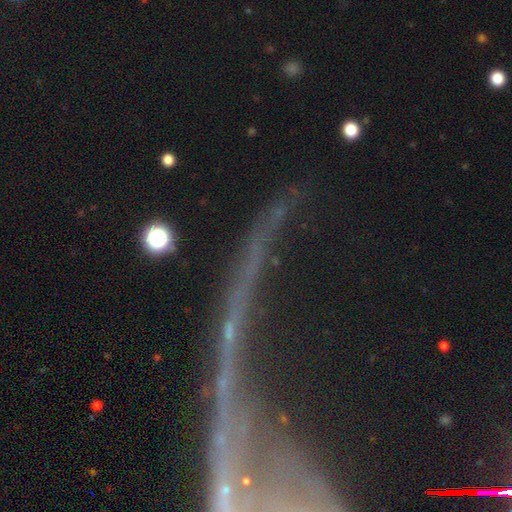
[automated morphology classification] This is likely a star or artifact rather than a galaxy (63%).